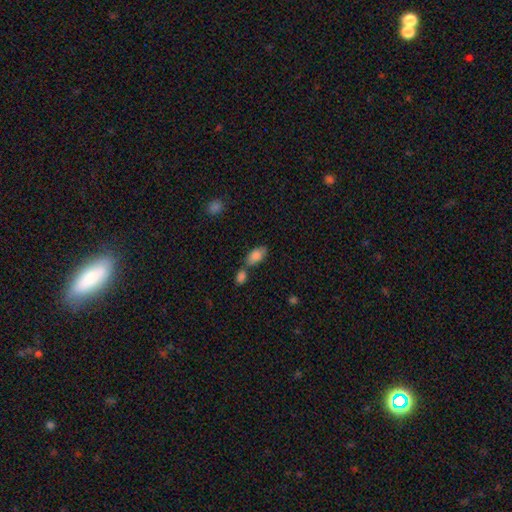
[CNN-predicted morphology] smooth 84%, featured or disk 9%, star or artifact 7%. Down the decision tree: how rounded — in between (92%); merging — none (52%).